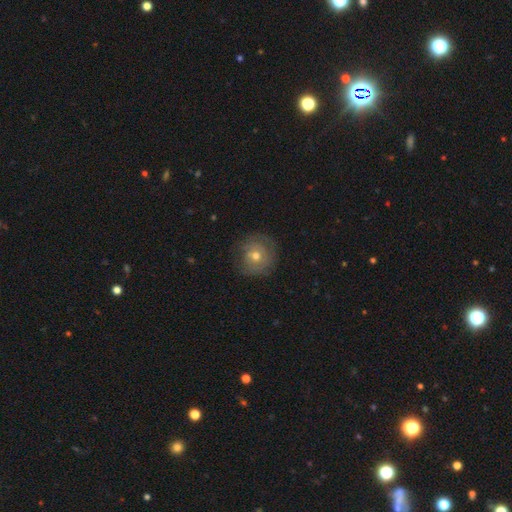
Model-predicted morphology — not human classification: smooth 50%, featured or disk 40%, star or artifact 10%. Down the decision tree: how rounded — round (90%); merging — none (73%).